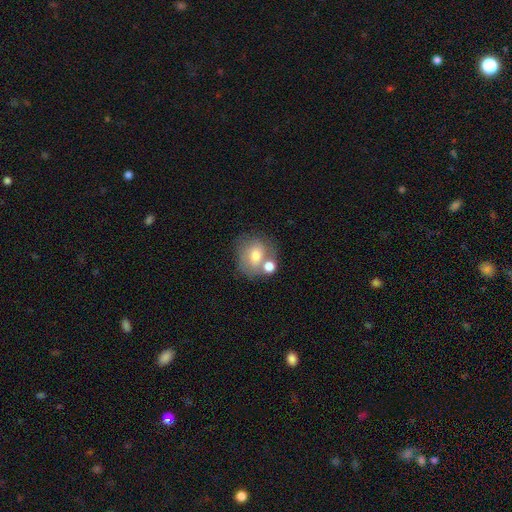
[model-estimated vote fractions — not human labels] smooth 68%, featured or disk 23%, star or artifact 9%. Down the decision tree: how rounded — round (69%); merging — none (44%).